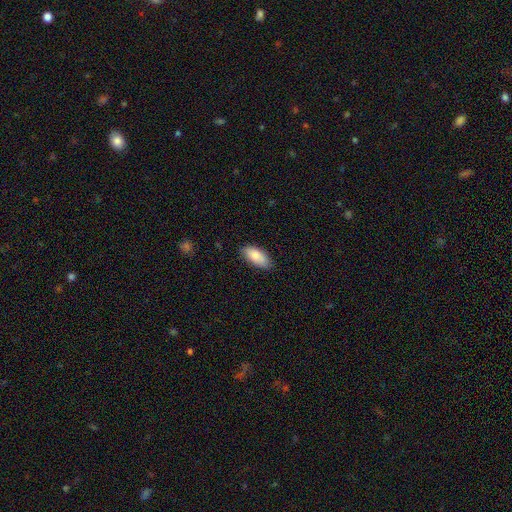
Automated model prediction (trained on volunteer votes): The model was most divided on "merging": none: 83%, minor disturbance: 14%, major disturbance: 2%, merger: 1%. More confident: how rounded — in between (89%); smooth or featured — smooth (84%).